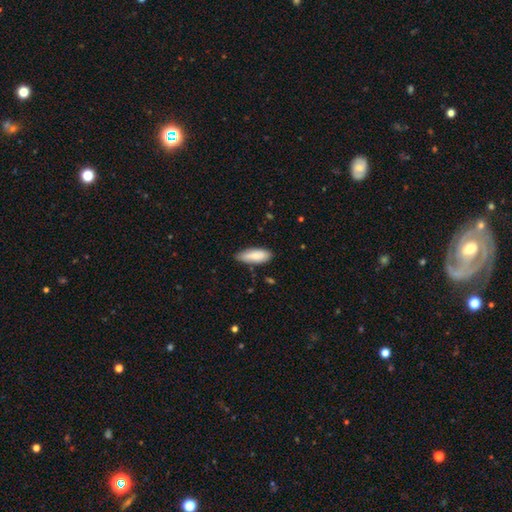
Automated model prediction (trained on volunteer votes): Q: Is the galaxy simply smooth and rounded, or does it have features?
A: smooth — 84%.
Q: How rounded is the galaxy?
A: in between — 72%.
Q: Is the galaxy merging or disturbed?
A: none — 75%.